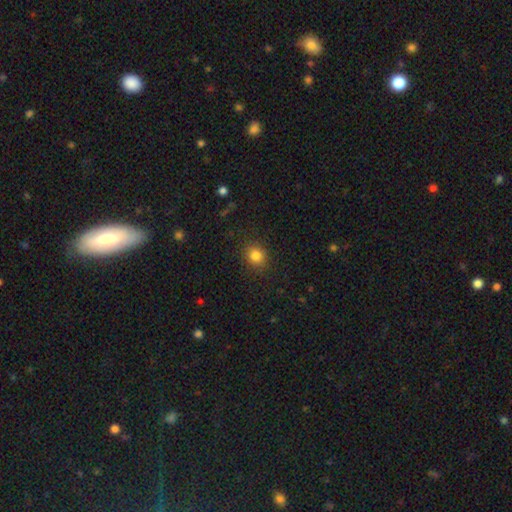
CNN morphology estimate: Overall: smooth (84%). How rounded: round (79%). Merging: none (88%).